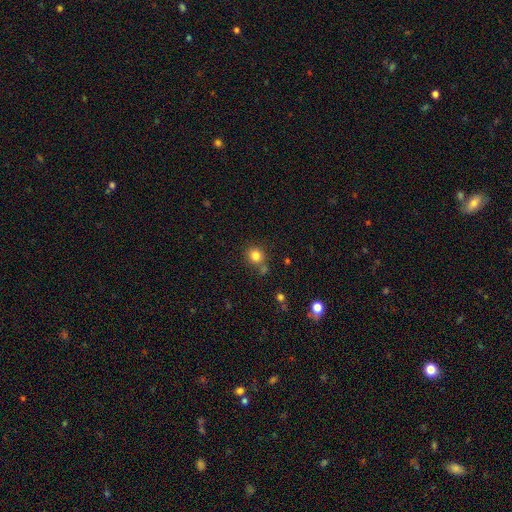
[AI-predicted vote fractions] Overall: smooth (82%). How rounded: round (86%). Merging: none (73%).